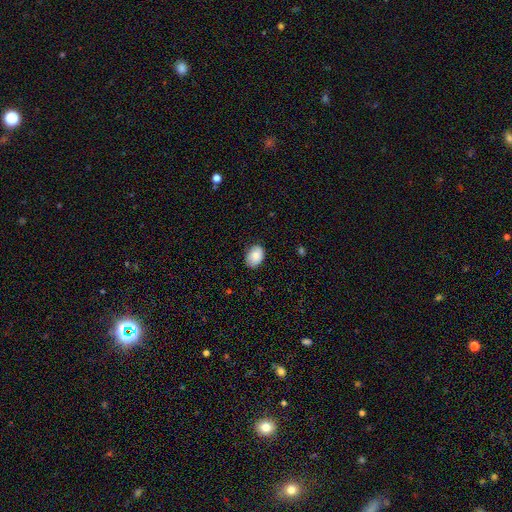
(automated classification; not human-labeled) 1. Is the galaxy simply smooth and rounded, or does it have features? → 82% smooth, 11% featured or disk, 7% star or artifact.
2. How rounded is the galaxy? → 81% in between, 18% round, 1% cigar-shaped.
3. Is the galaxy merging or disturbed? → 80% none, 16% minor disturbance, 3% major disturbance, 1% merger.